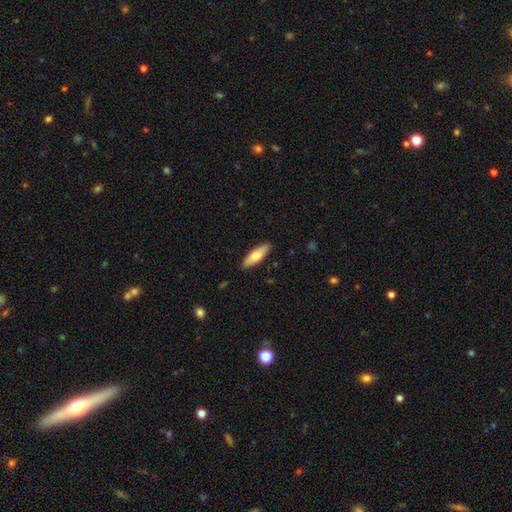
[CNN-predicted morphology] Smooth or featured? smooth (70%)
How rounded? cigar-shaped (52%)
Merging? none (89%)